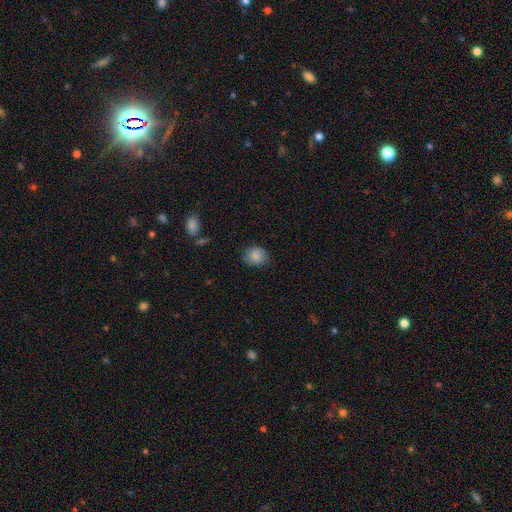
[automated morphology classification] The model was most divided on "how rounded": round: 68%, in between: 31%, cigar-shaped: 1%. More confident: smooth or featured — smooth (84%); merging — none (77%).